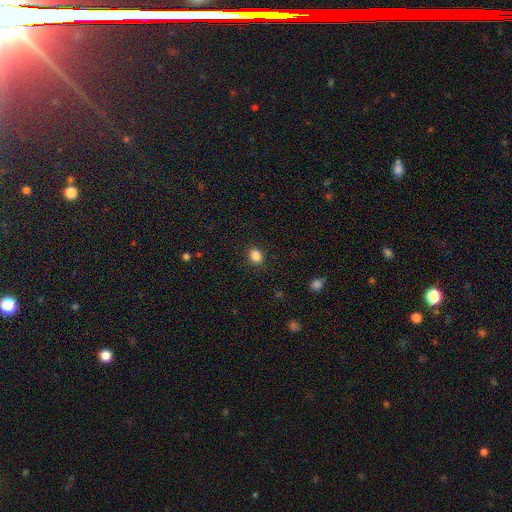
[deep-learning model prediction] A smooth galaxy with no disk features (86%) that is round (52%). Merging: none (89%).